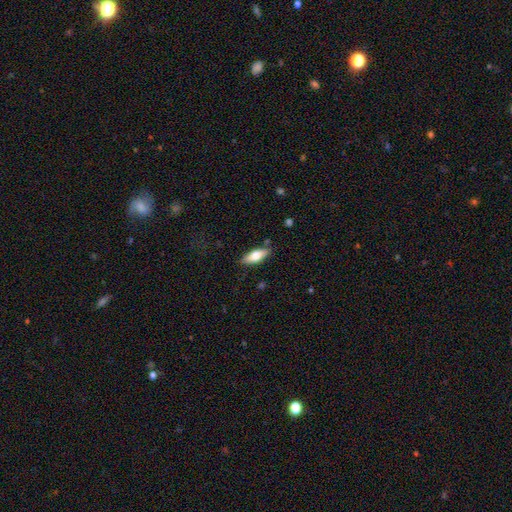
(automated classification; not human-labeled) Smooth or featured?
  - smooth: 63% *
  - featured or disk: 31%
  - star or artifact: 6%
How rounded?
  - in between: 64% *
  - cigar-shaped: 34%
  - round: 2%
Merging?
  - none: 83% *
  - minor disturbance: 12%
  - major disturbance: 3%
  - merger: 2%